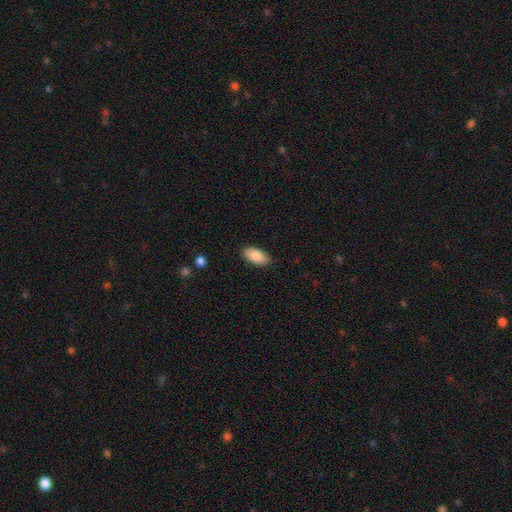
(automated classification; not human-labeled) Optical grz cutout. It shows a smooth galaxy with no disk features (89%) that is in between round and cigar-shaped (94%). Merging: none (87%).